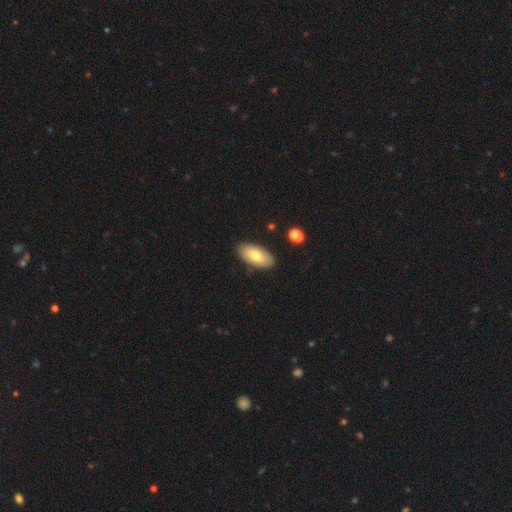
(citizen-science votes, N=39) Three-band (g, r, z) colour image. It shows a smooth galaxy with no disk features (69%) that is in between round and cigar-shaped (100%). Merging: none (81%).